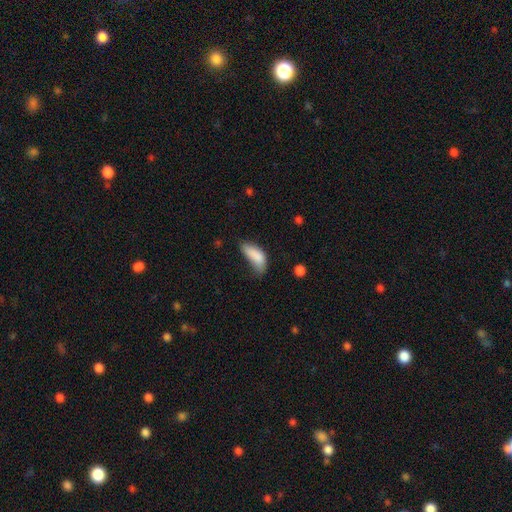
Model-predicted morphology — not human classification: type=smooth (83%); roundness=in between (84%); merging=minor disturbance (43%).